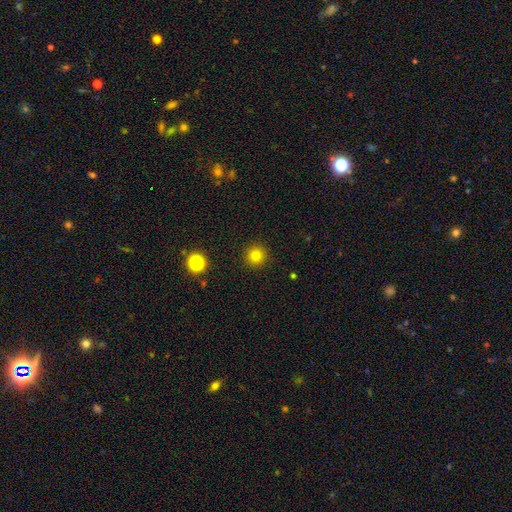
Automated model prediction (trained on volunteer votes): Morphology: type=smooth (80%); roundness=round (96%); merging=none (92%).